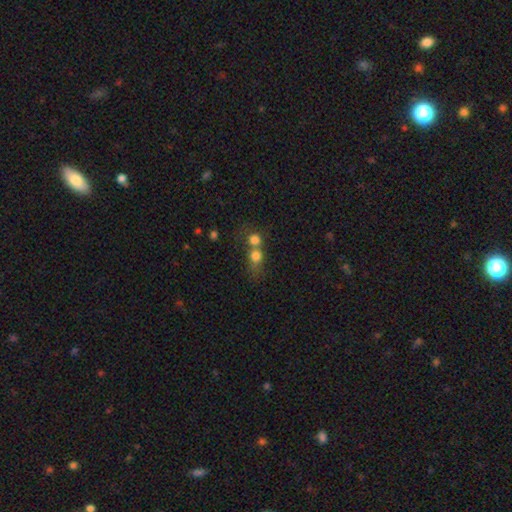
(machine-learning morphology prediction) A smooth galaxy with no disk features (74%) that is round (73%). Merging: merger (63%).